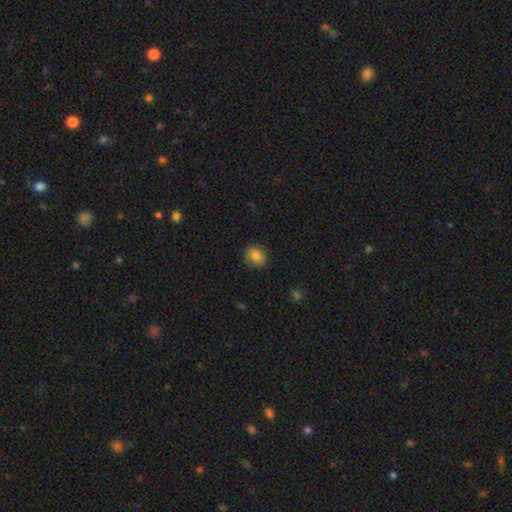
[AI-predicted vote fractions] Q: Smooth or featured?
A: smooth (83%); runner-up: star or artifact (10%)
Q: How rounded?
A: round (66%); runner-up: in between (33%)
Q: Merging?
A: none (88%); runner-up: minor disturbance (9%)